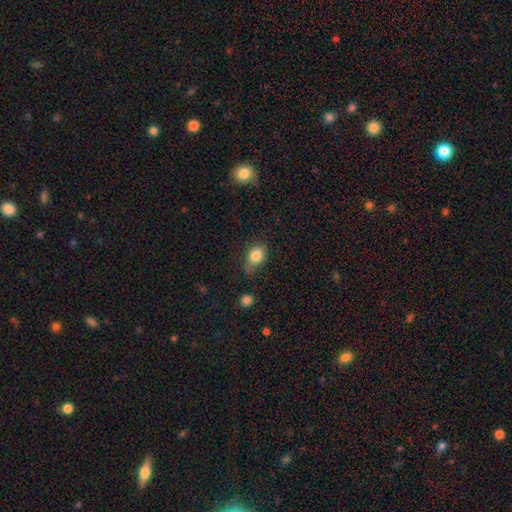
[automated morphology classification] Overall: smooth (83%). How rounded: in between (74%). Merging: none (53%; minor disturbance 34%).